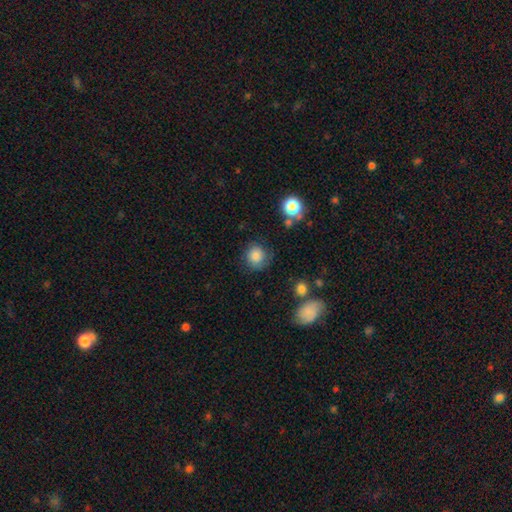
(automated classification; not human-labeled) This appears to be a smooth galaxy with no disk features (81%) that is round (87%). Merging: none (74%).